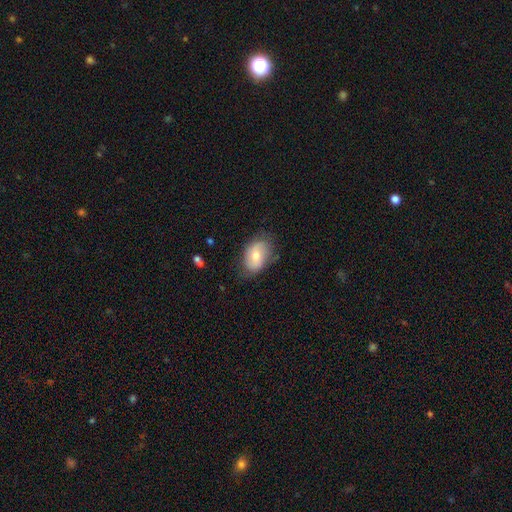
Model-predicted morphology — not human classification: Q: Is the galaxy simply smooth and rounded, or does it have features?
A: smooth — 65%.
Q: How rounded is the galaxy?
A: in between — 84%.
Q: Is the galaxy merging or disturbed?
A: none — 71%.